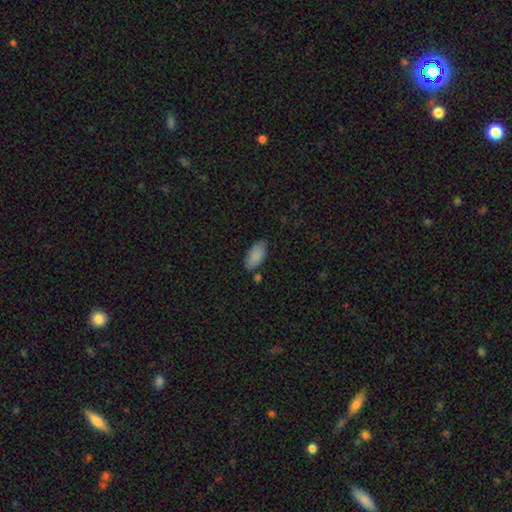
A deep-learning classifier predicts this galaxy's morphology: A smooth galaxy with no disk features (87%) that is in between round and cigar-shaped (93%).

Vote fractions:
- Smooth or featured? smooth: 87% / star or artifact: 6% / featured or disk: 6%
- How rounded? in between: 93% / cigar-shaped: 5% / round: 2%
- Merging? none: 75% / minor disturbance: 17% / merger: 5% / major disturbance: 3%